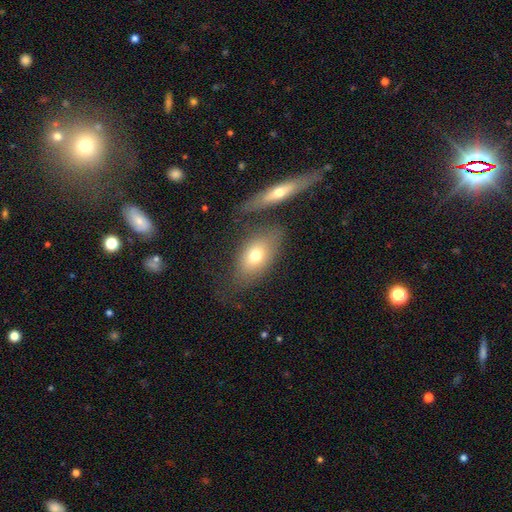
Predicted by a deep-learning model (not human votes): Smooth or featured? smooth (70%)
How rounded? in between (82%)
Merging? none (58%)